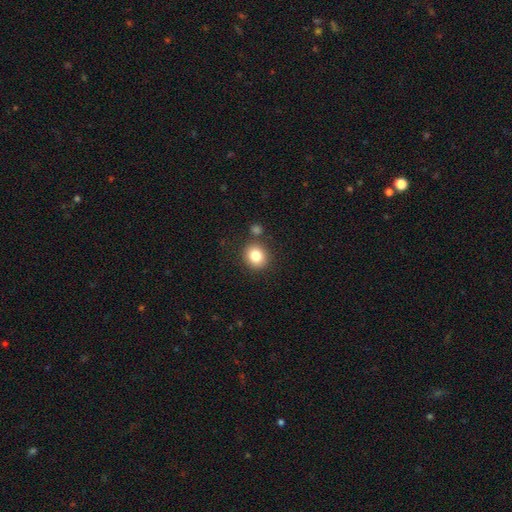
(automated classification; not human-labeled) smooth_or_featured: smooth (p=0.83) [alt: star or artifact p=0.10]
how_rounded: round (p=0.79) [alt: in between p=0.20]
merging: none (p=0.80) [alt: minor disturbance p=0.09]